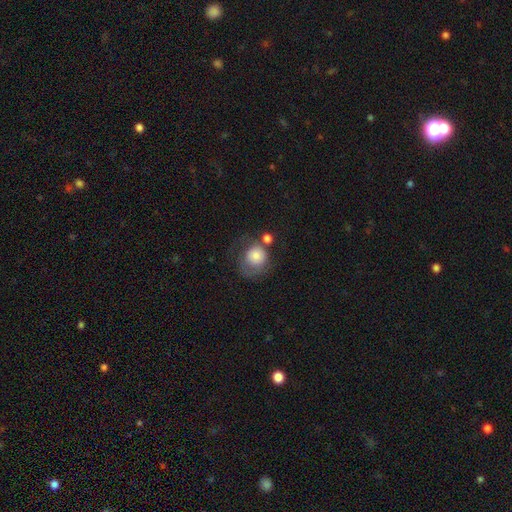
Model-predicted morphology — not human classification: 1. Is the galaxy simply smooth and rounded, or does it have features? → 72% smooth, 20% featured or disk, 8% star or artifact.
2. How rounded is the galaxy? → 79% round, 20% in between, 1% cigar-shaped.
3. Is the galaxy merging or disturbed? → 39% none, 22% minor disturbance, 22% major disturbance, 17% merger.